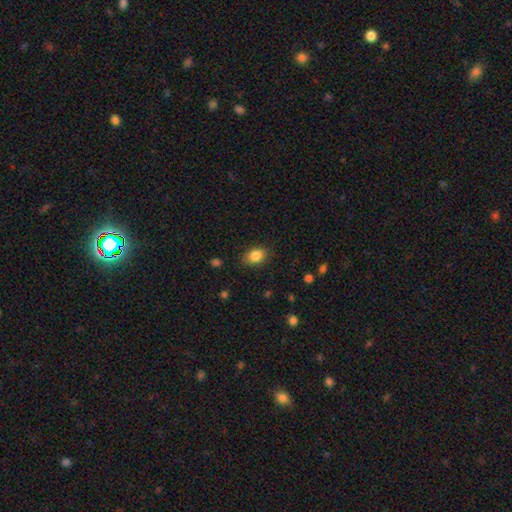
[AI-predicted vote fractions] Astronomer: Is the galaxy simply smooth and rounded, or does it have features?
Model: smooth — 86%.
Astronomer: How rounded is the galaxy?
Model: in between — 77%.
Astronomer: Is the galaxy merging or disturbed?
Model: none — 82%.